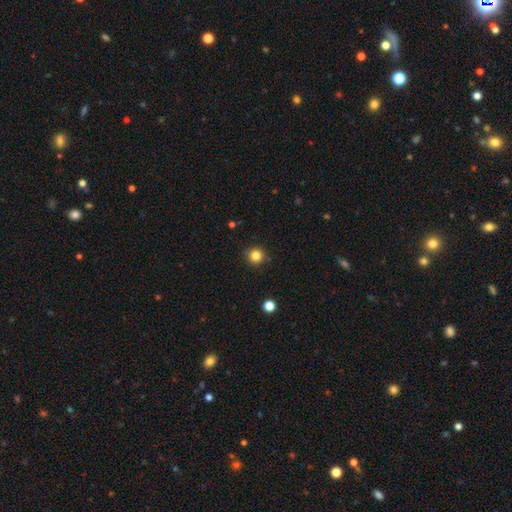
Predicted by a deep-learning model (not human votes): Q: Smooth or featured?
A: smooth (83%); runner-up: star or artifact (12%)
Q: How rounded?
A: round (94%); runner-up: in between (5%)
Q: Merging?
A: none (89%); runner-up: minor disturbance (7%)